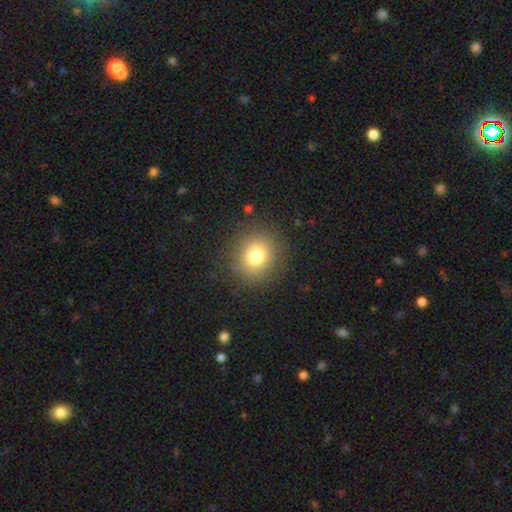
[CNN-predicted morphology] A smooth galaxy with no disk features (75%) that is round (88%).

Vote fractions:
- Smooth or featured? smooth: 75% / star or artifact: 14% / featured or disk: 11%
- How rounded? round: 88% / in between: 11% / cigar-shaped: 1%
- Merging? none: 87% / minor disturbance: 8% / major disturbance: 4% / merger: 1%